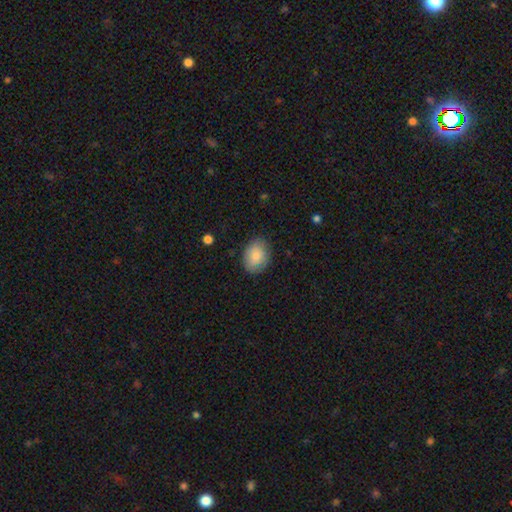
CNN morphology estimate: Smooth or featured?
  - smooth: 82% *
  - featured or disk: 11%
  - star or artifact: 7%
How rounded?
  - in between: 66% *
  - round: 33%
  - cigar-shaped: 1%
Merging?
  - none: 81% *
  - minor disturbance: 15%
  - major disturbance: 4%
  - merger: 1%